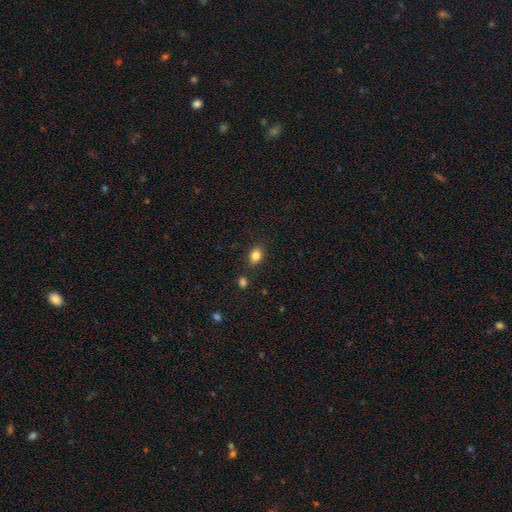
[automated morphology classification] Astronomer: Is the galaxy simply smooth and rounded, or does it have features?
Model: smooth — 83%.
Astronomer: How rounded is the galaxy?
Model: in between — 67%.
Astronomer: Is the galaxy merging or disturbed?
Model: none — 79%.